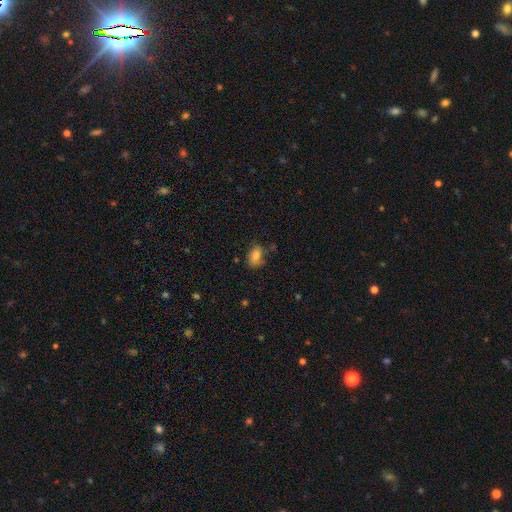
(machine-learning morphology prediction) This appears to be a smooth galaxy with no disk features (78%) that is in between round and cigar-shaped (86%). Merging: none (66%).